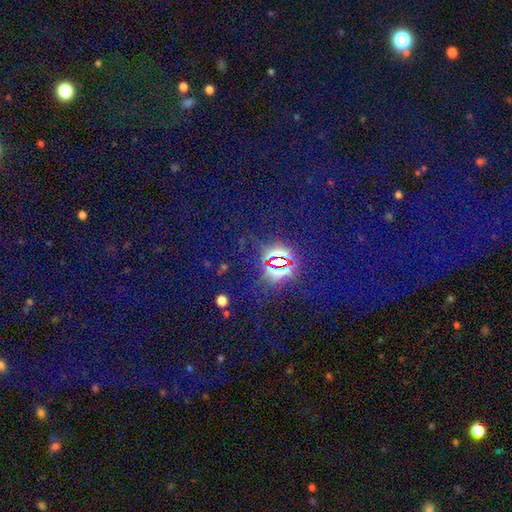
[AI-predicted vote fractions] Morphology: type=star or artifact (75%).